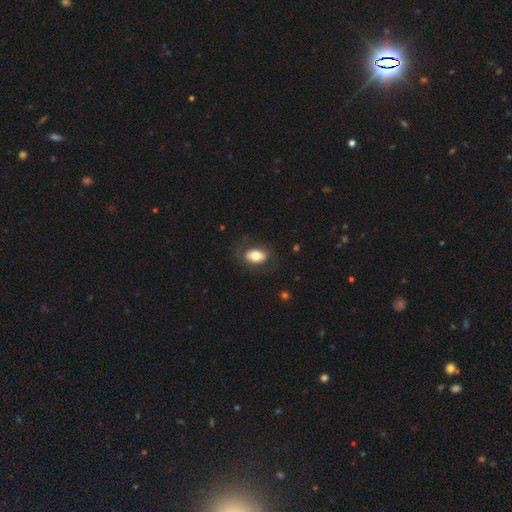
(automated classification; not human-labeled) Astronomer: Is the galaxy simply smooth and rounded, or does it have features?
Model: smooth — 75%.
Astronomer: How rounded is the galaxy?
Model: in between — 85%.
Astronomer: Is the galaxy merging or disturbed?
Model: none — 79%.